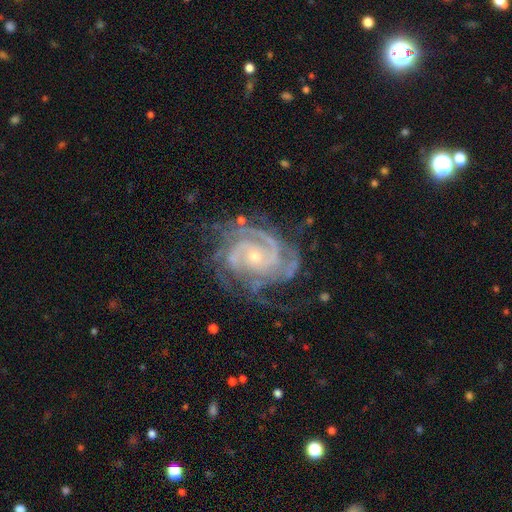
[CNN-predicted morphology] Smooth or featured? featured or disk (91%)
Edge-on disk? no (98%)
Bar? no (68%)
Spiral arms? yes (98%)
Spiral winding? tight (70%)
Spiral arm count? 2 (31%)
Bulge size? small (72%)
Merging? none (69%)